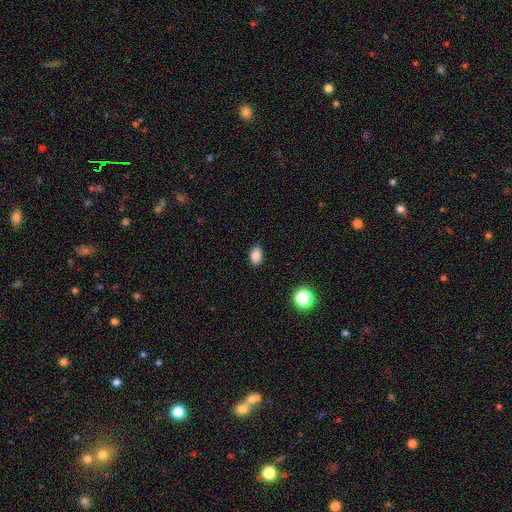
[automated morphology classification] This appears to be a smooth galaxy with no disk features (86%) that is in between round and cigar-shaped (89%). Merging: none (88%).